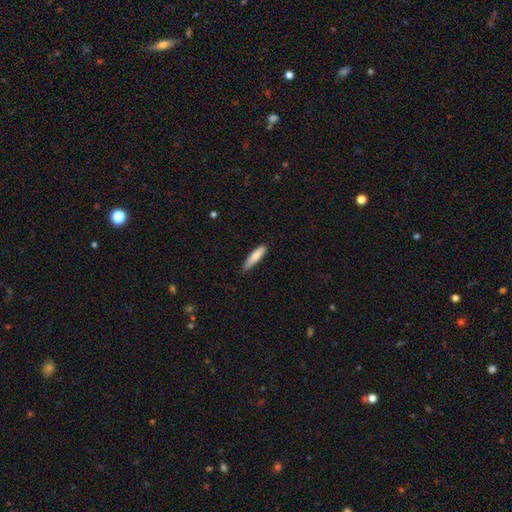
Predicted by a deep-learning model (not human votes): smooth 79%, featured or disk 15%, star or artifact 6%. Down the decision tree: how rounded — cigar-shaped (76%); merging — none (70%).